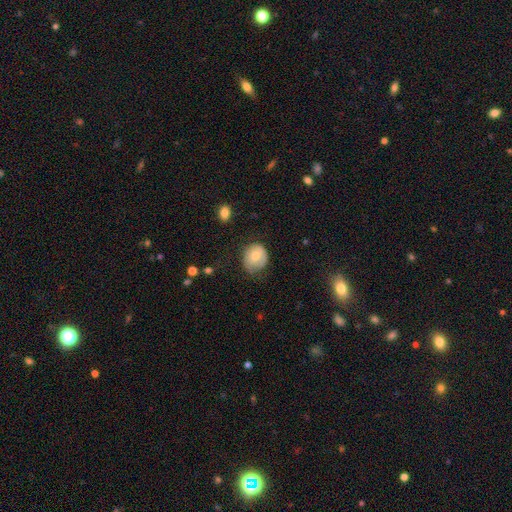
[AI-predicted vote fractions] This appears to be a smooth galaxy with no disk features (66%) that is round (71%). Merging: none (53%).